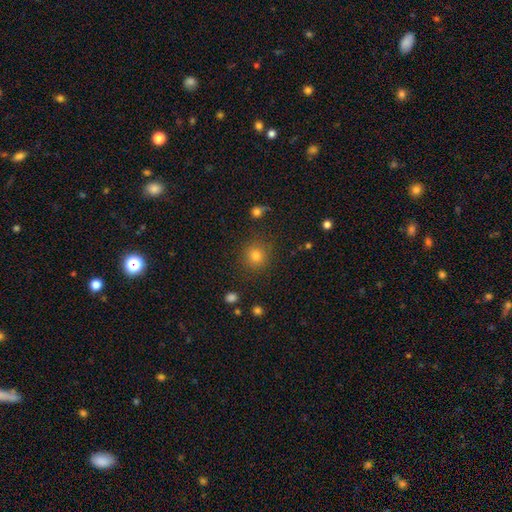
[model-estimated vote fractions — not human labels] Q: Smooth or featured?
A: smooth (77%); runner-up: star or artifact (17%)
Q: How rounded?
A: round (92%); runner-up: in between (7%)
Q: Merging?
A: none (88%); runner-up: minor disturbance (7%)